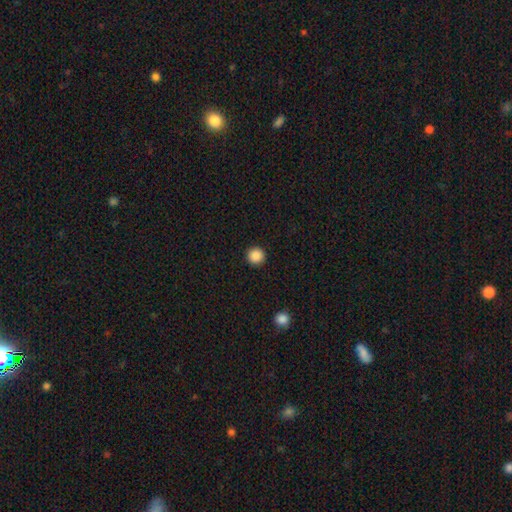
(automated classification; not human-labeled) Smooth or featured: smooth — 88% (star or artifact — 10%)
How rounded: round — 96% (in between — 3%)
Merging: none — 93% (minor disturbance — 4%)